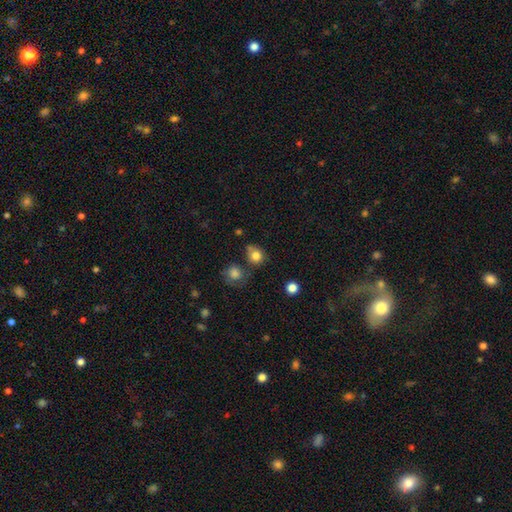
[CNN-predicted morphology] A smooth galaxy with no disk features (81%) that is round (78%).

Vote fractions:
- Smooth or featured? smooth: 81% / star or artifact: 11% / featured or disk: 7%
- How rounded? round: 78% / in between: 21% / cigar-shaped: 1%
- Merging? none: 58% / minor disturbance: 21% / merger: 15% / major disturbance: 7%